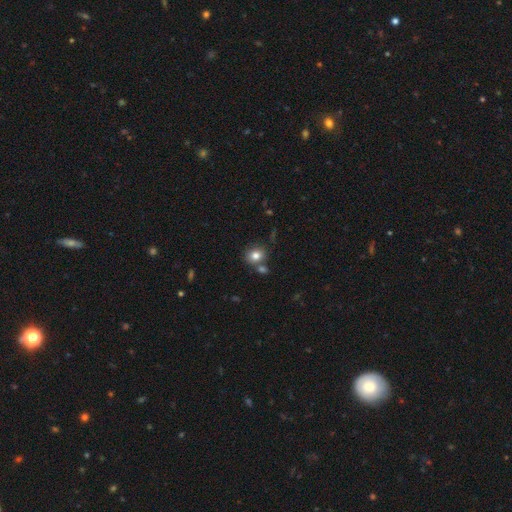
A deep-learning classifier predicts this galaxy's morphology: Q: Smooth or featured?
A: smooth (81%); runner-up: star or artifact (11%)
Q: How rounded?
A: round (72%); runner-up: in between (27%)
Q: Merging?
A: none (67%); runner-up: merger (18%)